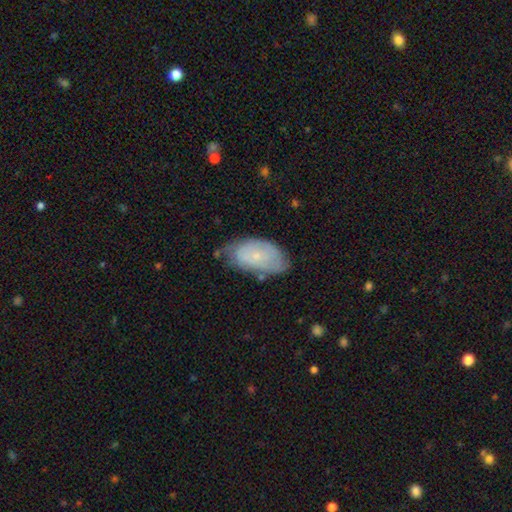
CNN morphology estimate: Smooth or featured: smooth — 48% (featured or disk — 45%)
Merging: none — 55% (minor disturbance — 33%)